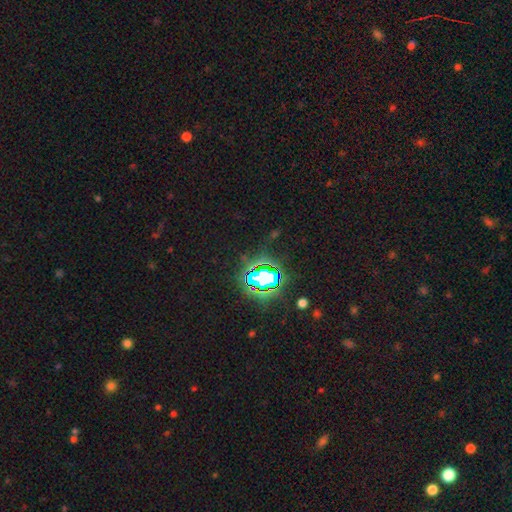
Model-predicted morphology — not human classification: This is clearly a star or artifact rather than a galaxy (83%).